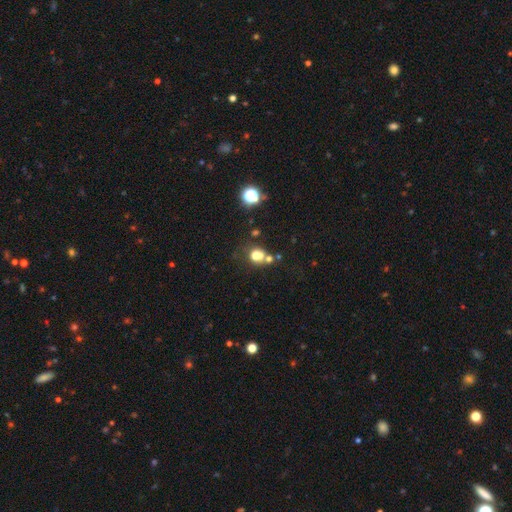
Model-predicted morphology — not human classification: Smooth or featured? Predicted: smooth (p=0.69). How rounded? Predicted: round (p=0.78). Merging? Predicted: none (p=0.45).